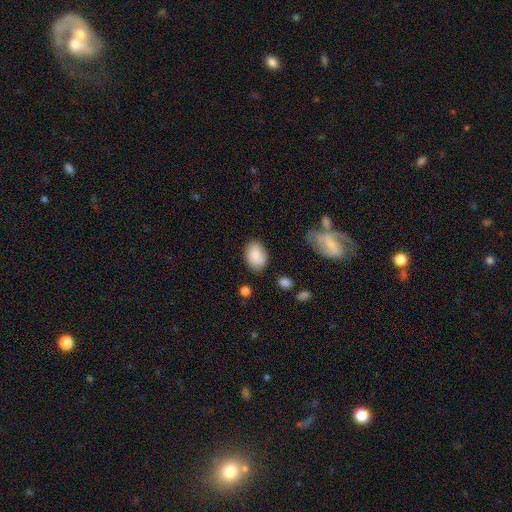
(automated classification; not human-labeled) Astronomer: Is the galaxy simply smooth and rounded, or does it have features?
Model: smooth — 88%.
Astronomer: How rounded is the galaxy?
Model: in between — 81%.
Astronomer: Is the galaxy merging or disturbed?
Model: none — 78%.